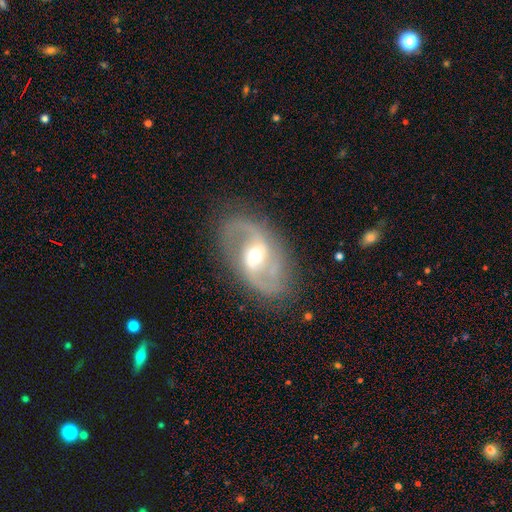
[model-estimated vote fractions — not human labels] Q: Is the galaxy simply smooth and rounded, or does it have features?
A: featured or disk — 87%.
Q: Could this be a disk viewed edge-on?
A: no — 96%.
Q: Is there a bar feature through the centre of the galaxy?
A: weak — 47%.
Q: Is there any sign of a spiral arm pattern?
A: yes — 94%.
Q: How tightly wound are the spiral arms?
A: medium — 51%.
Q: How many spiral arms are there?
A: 2 — 91%.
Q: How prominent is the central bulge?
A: moderate — 58%.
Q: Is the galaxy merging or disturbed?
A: none — 81%.